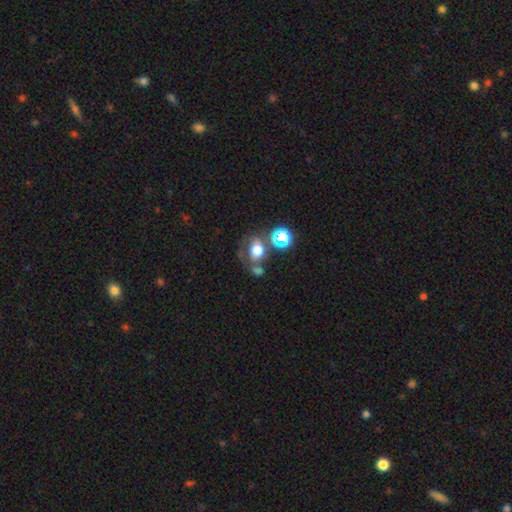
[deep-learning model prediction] Q: Smooth or featured?
A: smooth (53%); runner-up: featured or disk (27%)
Q: How rounded?
A: in between (54%); runner-up: round (45%)
Q: Merging?
A: none (39%); runner-up: merger (29%)